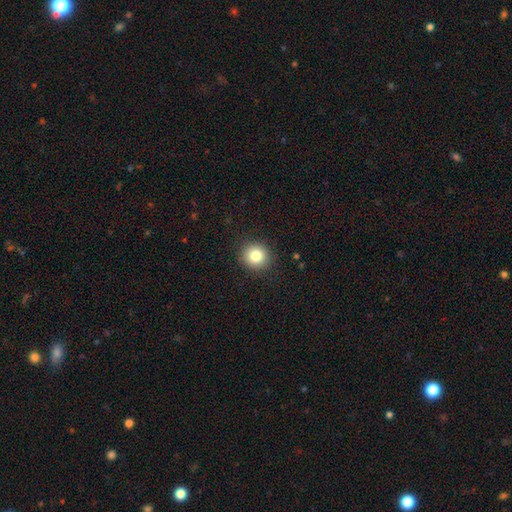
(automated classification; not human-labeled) This is clearly a smooth galaxy (82%). How rounded: clearly round (90%). Merging: clearly none (91%).